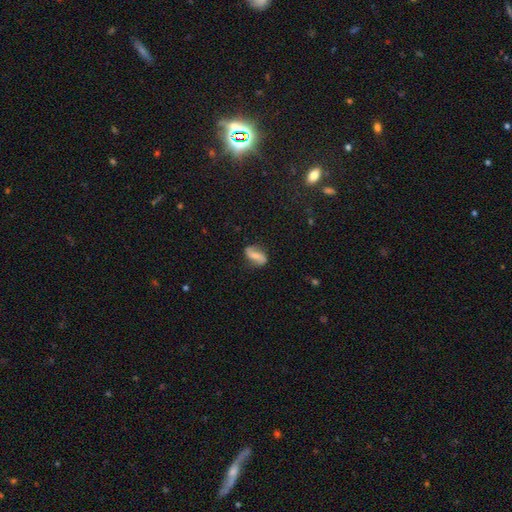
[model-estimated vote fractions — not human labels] smooth_or_featured: featured or disk (p=0.58) [alt: smooth p=0.34]
disk_edge_on: no (p=0.95) [alt: yes p=0.05]
bar: weak (p=0.36) [alt: no p=0.34]
has_spiral_arms: yes (p=0.89) [alt: no p=0.11]
bulge_size: small (p=0.36) [tied with: moderate p=0.36]
merging: none (p=0.76) [alt: minor disturbance p=0.17]